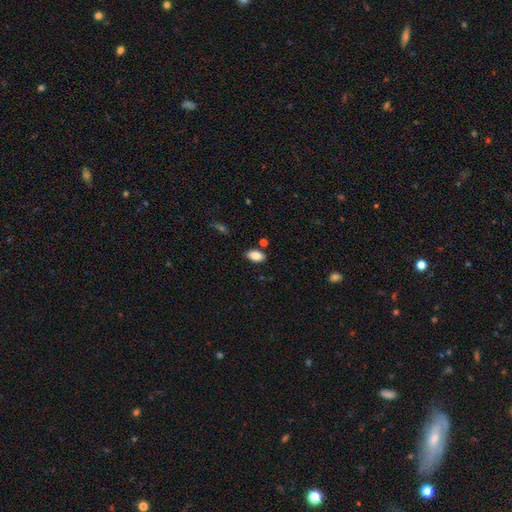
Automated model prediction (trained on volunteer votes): smooth 87%, star or artifact 8%, featured or disk 5%. Down the decision tree: how rounded — in between (93%); merging — none (83%).